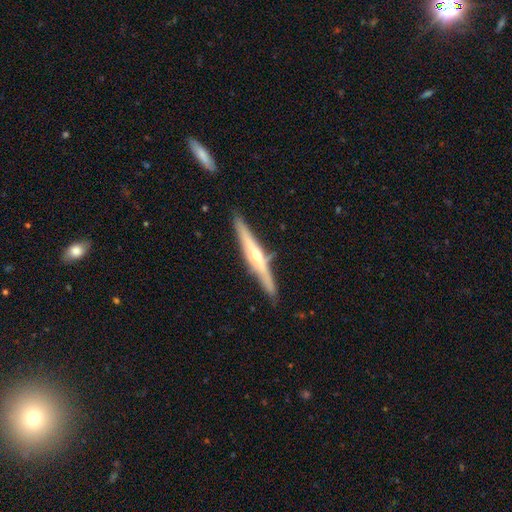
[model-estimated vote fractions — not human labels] Smooth or featured?
  - featured or disk: 72% *
  - smooth: 22%
  - star or artifact: 6%
Edge-on disk?
  - yes: 97% *
  - no: 3%
Edge-on bulge?
  - rounded: 84% *
  - none: 11%
  - boxy: 5%
Merging?
  - none: 86% *
  - minor disturbance: 9%
  - merger: 2%
  - major disturbance: 2%